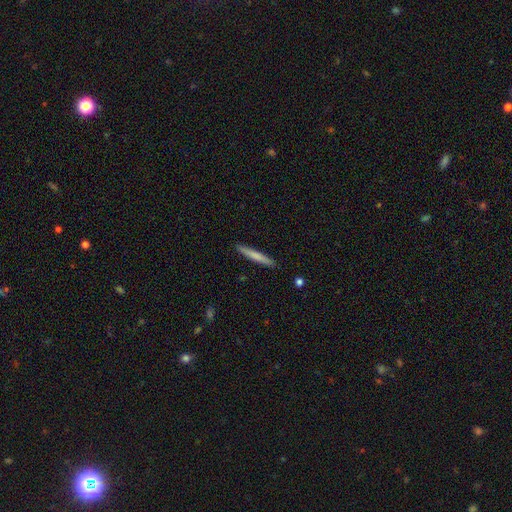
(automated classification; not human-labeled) smooth_or_featured: smooth (p=0.71) [alt: featured or disk p=0.24]
how_rounded: cigar-shaped (p=0.96) [alt: in between p=0.03]
merging: none (p=0.91) [alt: minor disturbance p=0.06]